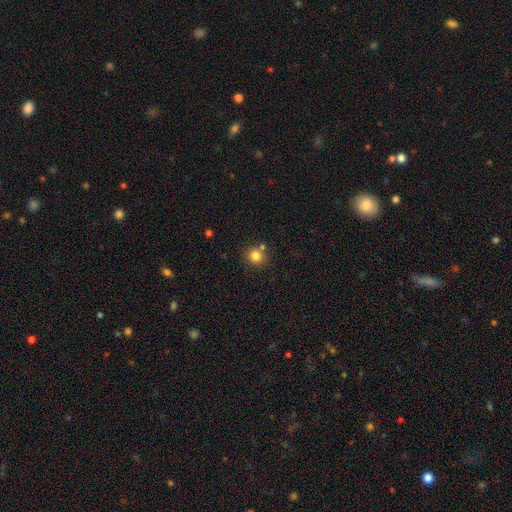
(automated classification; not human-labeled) Smooth or featured? Predicted: smooth (p=0.82). How rounded? Predicted: round (p=0.89). Merging? Predicted: none (p=0.74).